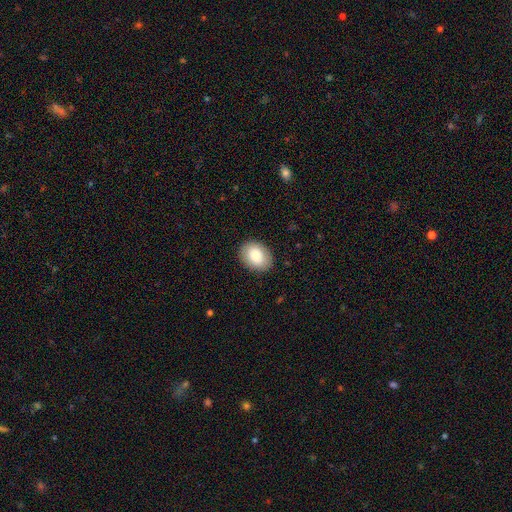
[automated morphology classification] Smooth or featured?
  - smooth: 84% *
  - featured or disk: 9%
  - star or artifact: 7%
How rounded?
  - in between: 69% *
  - round: 30%
  - cigar-shaped: 1%
Merging?
  - none: 88% *
  - minor disturbance: 9%
  - major disturbance: 2%
  - merger: 1%